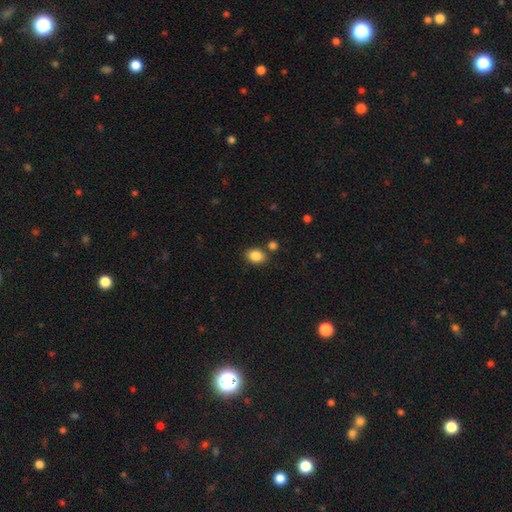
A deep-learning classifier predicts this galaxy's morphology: smooth_or_featured: smooth (p=0.86) [alt: star or artifact p=0.09]
how_rounded: in between (p=0.69) [alt: round p=0.30]
merging: none (p=0.77) [alt: minor disturbance p=0.11]